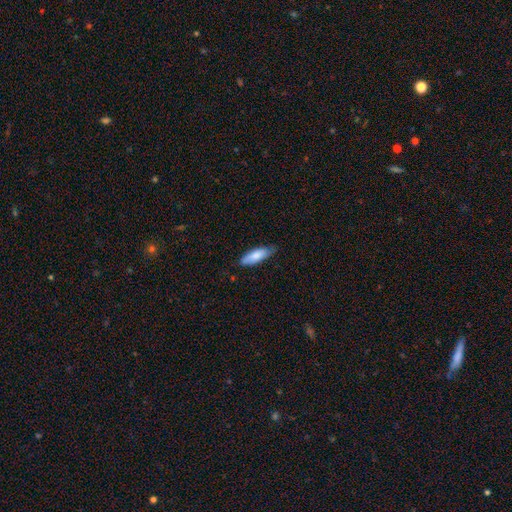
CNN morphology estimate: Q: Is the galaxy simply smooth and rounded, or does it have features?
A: smooth — 79%.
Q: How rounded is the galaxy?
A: in between — 56%.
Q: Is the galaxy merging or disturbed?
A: none — 74%.